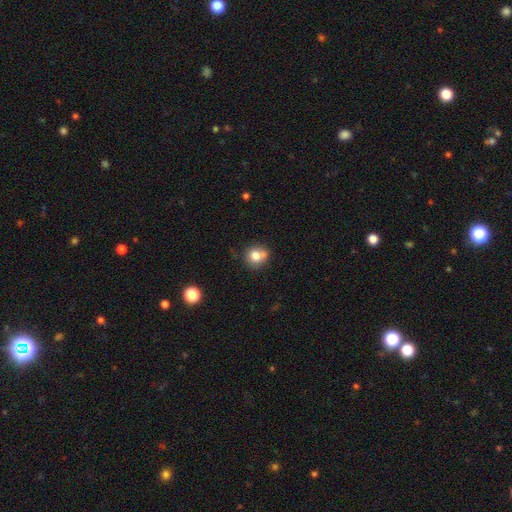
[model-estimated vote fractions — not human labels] Smooth or featured?
  - smooth: 77% *
  - featured or disk: 12%
  - star or artifact: 11%
How rounded?
  - round: 83% *
  - in between: 16%
  - cigar-shaped: 1%
Merging?
  - none: 59% *
  - merger: 19%
  - minor disturbance: 17%
  - major disturbance: 5%